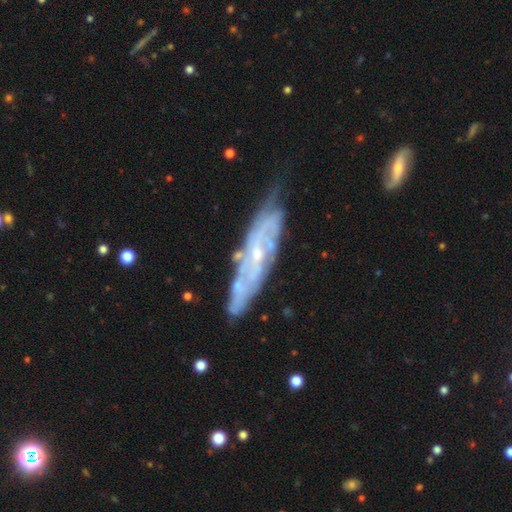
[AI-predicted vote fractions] A featured or disk galaxy (77%) with no bar (57%), spiral arms (82%) and a small central bulge (75%).

Vote fractions:
- Smooth or featured? featured or disk: 77% / smooth: 16% / star or artifact: 7%
- Edge-on disk? no: 68% / yes: 32%
- Bar? no: 57% / weak: 33% / strong: 10%
- Spiral arms? yes: 82% / no: 18%
- Bulge size? small: 75% / moderate: 18% / none: 5% / large: 1% / dominant: 1%
- Merging? none: 63% / minor disturbance: 25% / major disturbance: 7% / merger: 4%